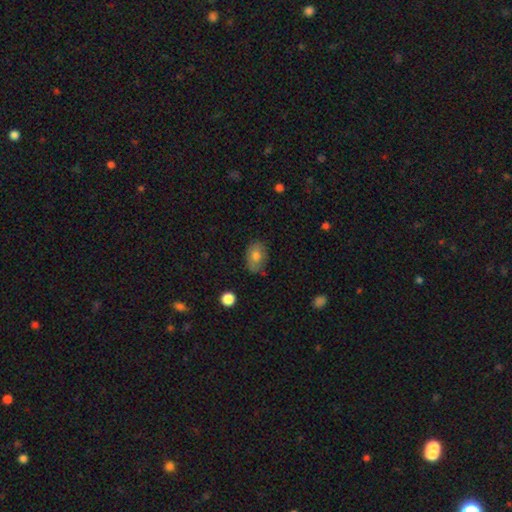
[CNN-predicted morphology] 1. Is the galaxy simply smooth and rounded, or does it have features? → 78% smooth, 13% featured or disk, 9% star or artifact.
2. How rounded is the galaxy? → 82% in between, 16% round, 1% cigar-shaped.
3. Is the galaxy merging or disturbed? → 72% none, 21% minor disturbance, 4% major disturbance, 2% merger.